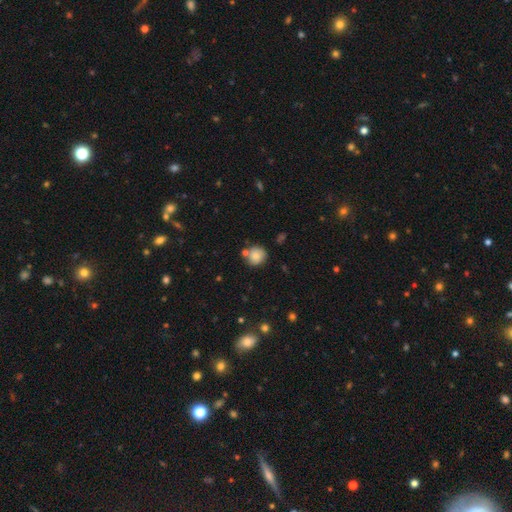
Q: Smooth or featured?
A: smooth (79%); runner-up: featured or disk (16%)
Q: How rounded?
A: round (90%); runner-up: in between (10%)
Q: Merging?
A: none (75%); runner-up: minor disturbance (14%)